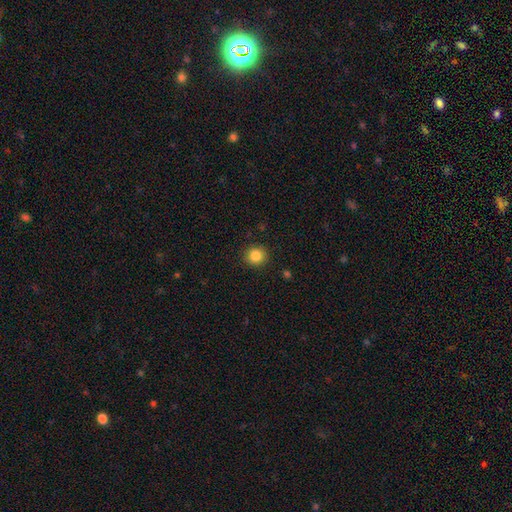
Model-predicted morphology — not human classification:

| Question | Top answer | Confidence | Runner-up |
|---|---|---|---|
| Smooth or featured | smooth | 85% | star or artifact (10%) |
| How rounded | round | 91% | in between (8%) |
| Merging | none | 90% | minor disturbance (7%) |